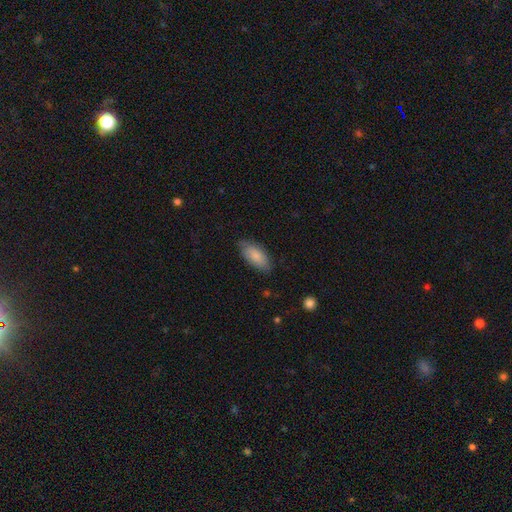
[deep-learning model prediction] Smooth or featured: smooth — 82% (featured or disk — 12%)
How rounded: in between — 88% (cigar-shaped — 10%)
Merging: none — 79% (minor disturbance — 17%)